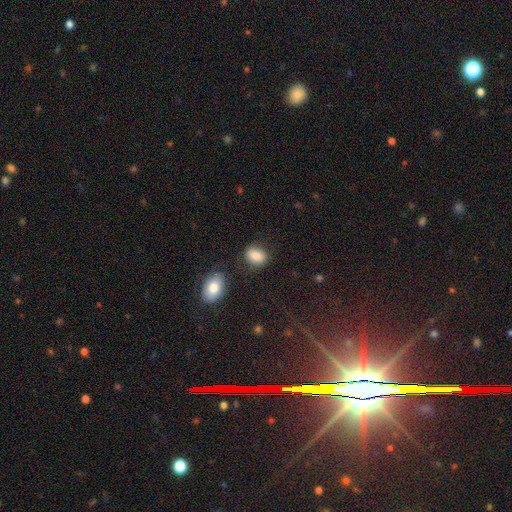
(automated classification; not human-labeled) A smooth galaxy with no disk features (84%) that is in between round and cigar-shaped (68%).

Vote fractions:
- Smooth or featured? smooth: 84% / star or artifact: 8% / featured or disk: 7%
- How rounded? in between: 68% / round: 30% / cigar-shaped: 1%
- Merging? none: 76% / minor disturbance: 14% / merger: 6% / major disturbance: 4%